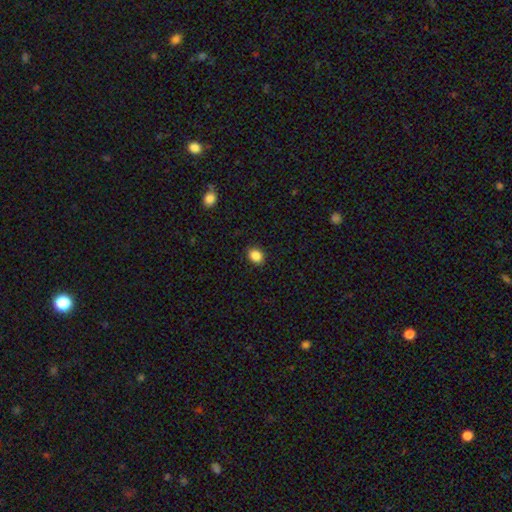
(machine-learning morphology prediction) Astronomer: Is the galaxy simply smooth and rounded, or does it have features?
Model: smooth — 87%.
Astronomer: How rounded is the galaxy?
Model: in between — 53% (runner-up: round, 46%).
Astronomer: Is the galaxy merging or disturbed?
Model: none — 88%.